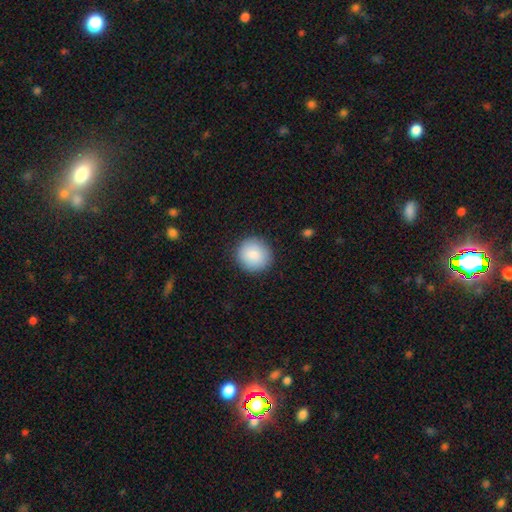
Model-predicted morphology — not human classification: smooth-or-featured: smooth: 88% | star or artifact: 7% | featured or disk: 5%
  how-rounded: round: 92% | in between: 7% | cigar-shaped: 1%
  merging: none: 90% | minor disturbance: 7% | major disturbance: 2% | merger: 1%